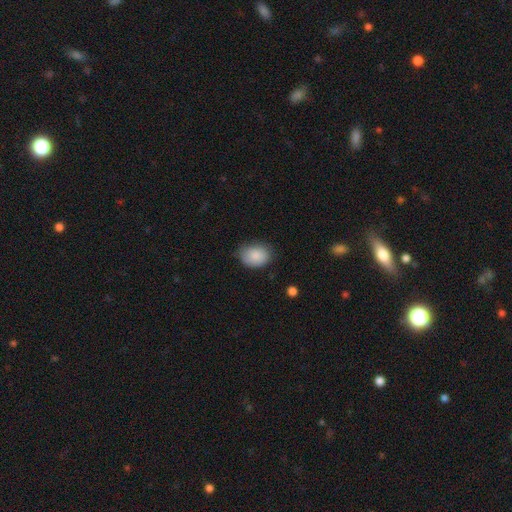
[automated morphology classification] type=smooth (86%); roundness=in between (66%); merging=none (72%).